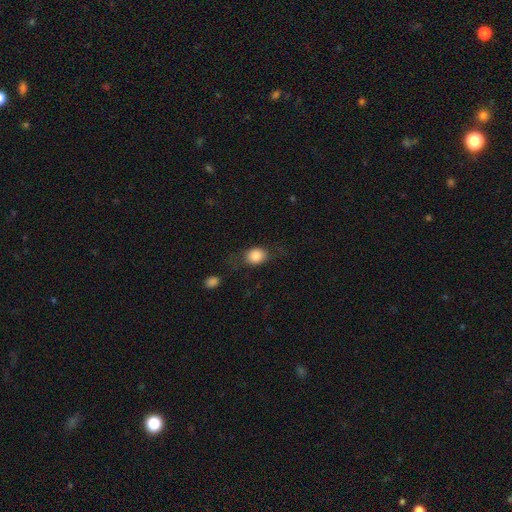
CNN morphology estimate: The model was most divided on "how rounded": round: 51%, in between: 47%, cigar-shaped: 2%. More confident: smooth or featured — smooth (81%); merging — none (66%).